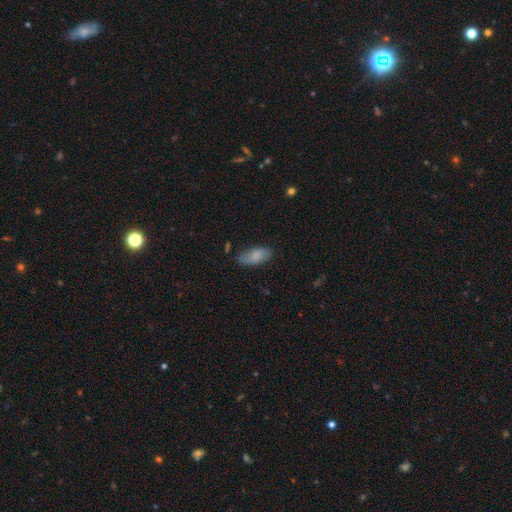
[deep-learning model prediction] Overall: smooth (83%). How rounded: in between (88%). Merging: none (75%).